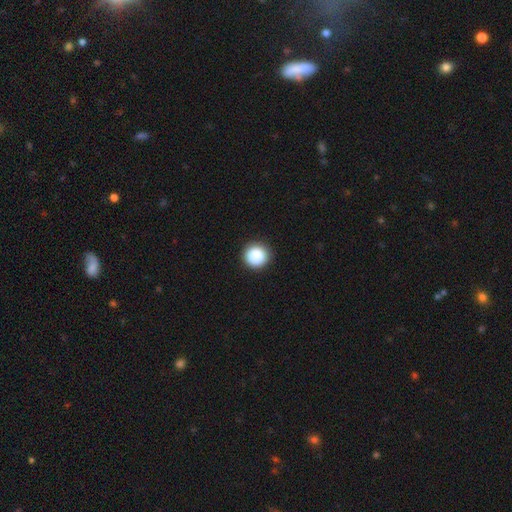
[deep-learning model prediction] This appears to be a smooth galaxy with no disk features (87%) that is round (94%). Merging: none (92%).